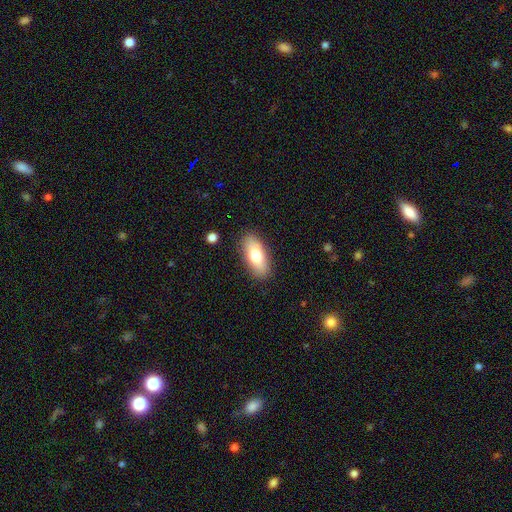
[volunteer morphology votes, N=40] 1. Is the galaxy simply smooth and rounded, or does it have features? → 85% smooth, 10% featured or disk, 5% star or artifact.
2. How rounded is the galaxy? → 88% in between, 12% cigar-shaped, 0% round.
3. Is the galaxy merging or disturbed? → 92% none, 5% minor disturbance, 3% major disturbance, 0% merger.